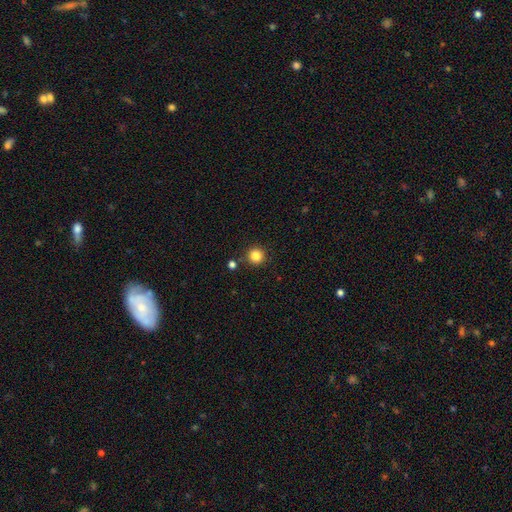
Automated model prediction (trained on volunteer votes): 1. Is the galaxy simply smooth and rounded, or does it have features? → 84% smooth, 12% star or artifact, 4% featured or disk.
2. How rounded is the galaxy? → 95% round, 4% in between, 1% cigar-shaped.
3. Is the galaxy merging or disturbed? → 86% none, 7% minor disturbance, 5% merger, 2% major disturbance.